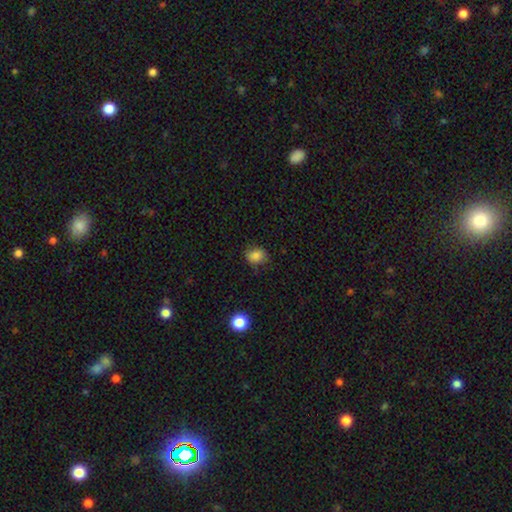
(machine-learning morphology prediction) Overall: smooth (83%). How rounded: in between (50%; round 49%). Merging: none (76%).